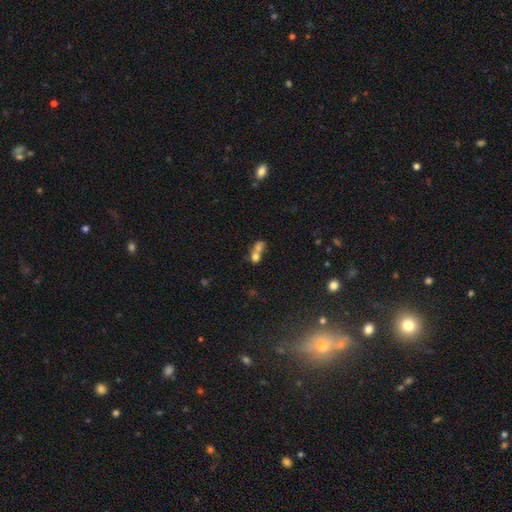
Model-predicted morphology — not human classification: smooth_or_featured: smooth (p=0.68) [alt: featured or disk p=0.19]
how_rounded: in between (p=0.50) [alt: round p=0.46]
merging: merger (p=0.74) [alt: none p=0.16]